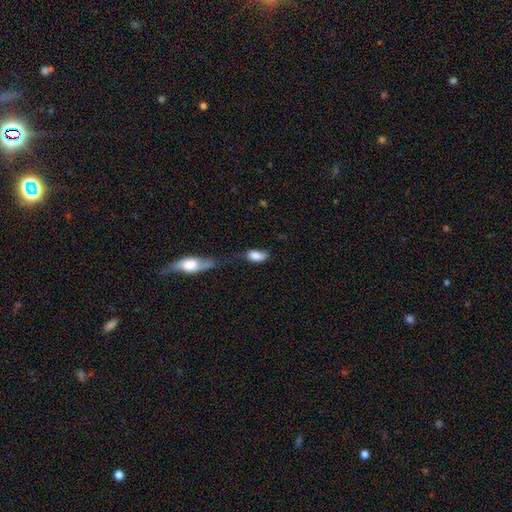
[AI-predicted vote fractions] Smooth or featured? smooth (81%)
How rounded? in between (90%)
Merging? none (31%)